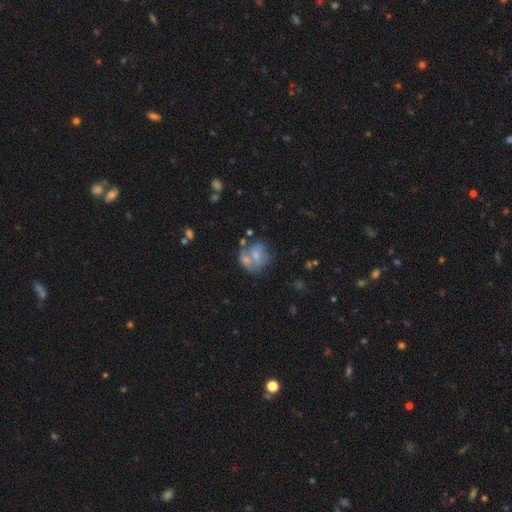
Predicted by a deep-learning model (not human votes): Smooth or featured: smooth — 57% (featured or disk — 34%)
How rounded: round — 59% (in between — 39%)
Merging: merger — 43% (none — 30%)